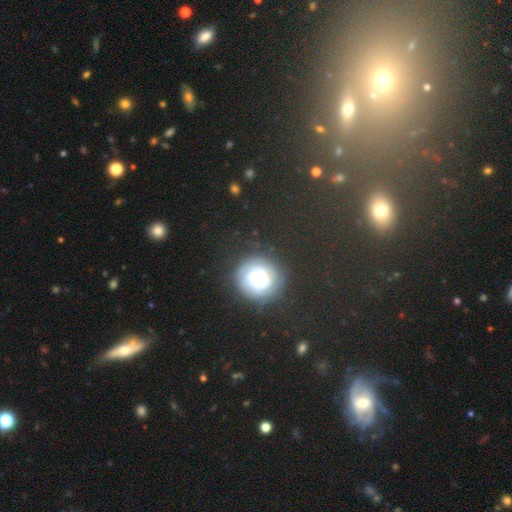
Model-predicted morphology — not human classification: The model was most divided on "smooth or featured": smooth: 67%, star or artifact: 22%, featured or disk: 11%. More confident: merging — none (87%); how rounded — round (87%).